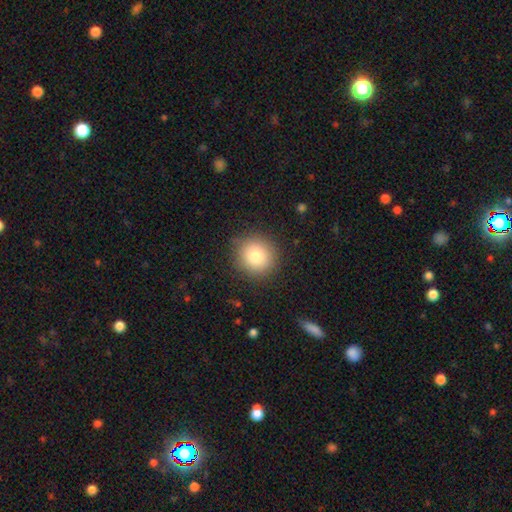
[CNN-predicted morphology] smooth-or-featured: smooth: 82% | star or artifact: 10% | featured or disk: 8%
  how-rounded: round: 91% | in between: 8% | cigar-shaped: 1%
  merging: none: 88% | minor disturbance: 8% | major disturbance: 3% | merger: 1%